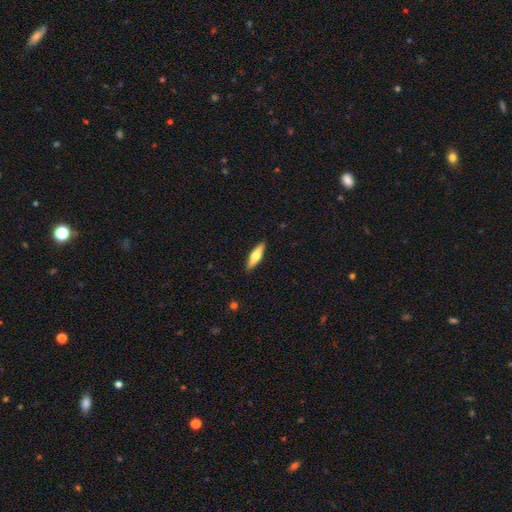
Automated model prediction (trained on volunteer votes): Q: Smooth or featured?
A: smooth (58%); runner-up: featured or disk (36%)
Q: How rounded?
A: cigar-shaped (70%); runner-up: in between (29%)
Q: Merging?
A: none (90%); runner-up: minor disturbance (8%)